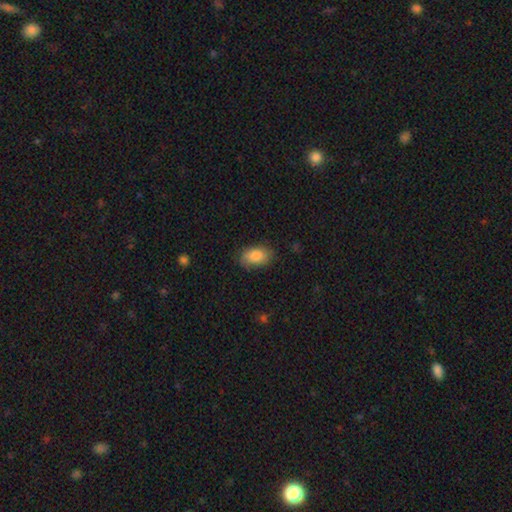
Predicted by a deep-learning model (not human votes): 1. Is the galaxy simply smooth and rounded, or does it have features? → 82% smooth, 11% featured or disk, 7% star or artifact.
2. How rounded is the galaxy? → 89% in between, 9% round, 1% cigar-shaped.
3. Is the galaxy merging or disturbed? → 73% none, 21% minor disturbance, 5% major disturbance, 1% merger.